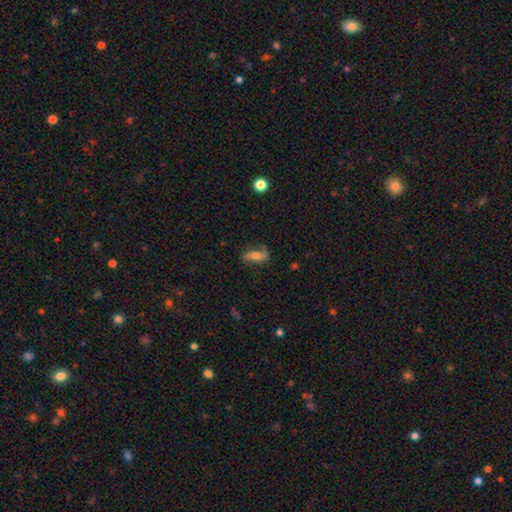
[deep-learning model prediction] Morphology: type=featured or disk (57%); edge-on=no (85%); merging=none (63%).